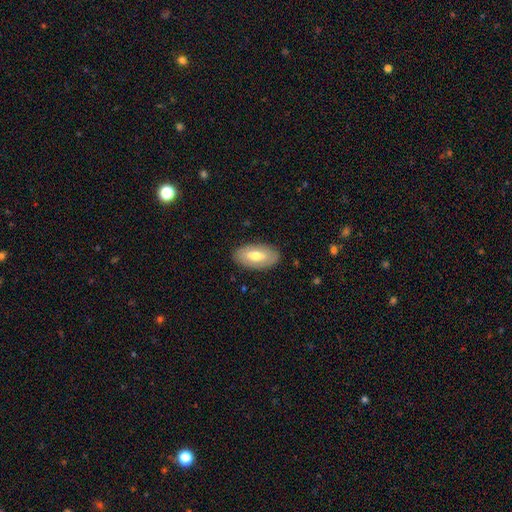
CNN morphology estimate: Smooth or featured: smooth — 58% (featured or disk — 36%)
How rounded: in between — 93% (cigar-shaped — 3%)
Merging: none — 86% (minor disturbance — 10%)